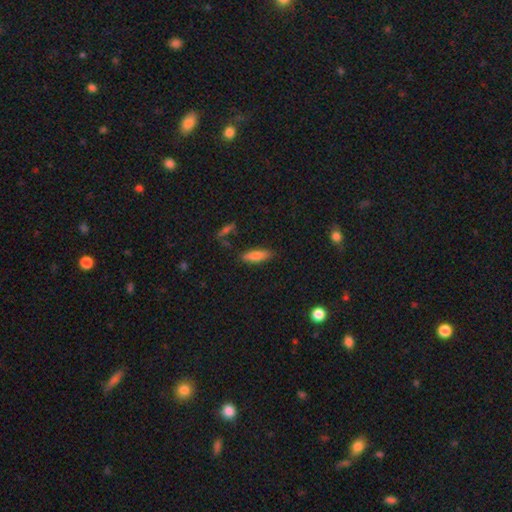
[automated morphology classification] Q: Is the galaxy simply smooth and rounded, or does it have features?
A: smooth — 80%.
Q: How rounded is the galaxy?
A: cigar-shaped — 51%.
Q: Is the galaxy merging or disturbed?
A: none — 83%.